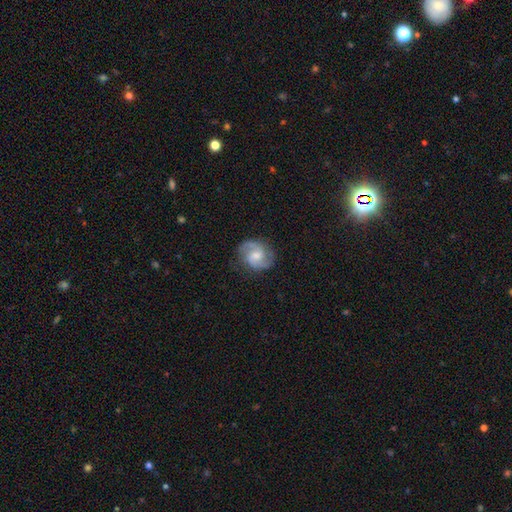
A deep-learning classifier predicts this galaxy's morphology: Overall: featured or disk (79%). Edge-on disk: no (98%). Bar: weak (50%; no 41%). Spiral arms: yes (96%). Spiral arm count: 2 (90%). Spiral winding: medium (55%; loose 24%). Bulge size: moderate (50%; small 34%). Merging: none (80%).